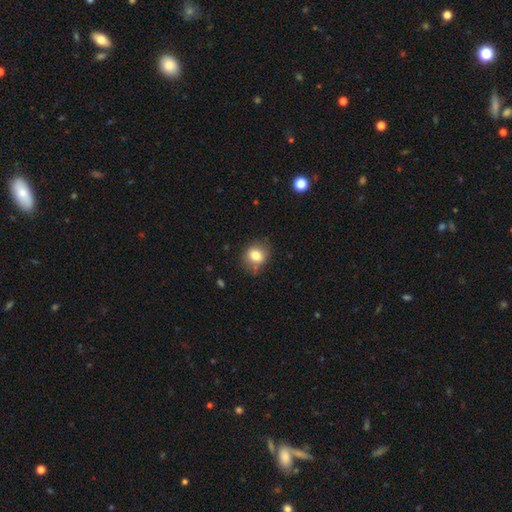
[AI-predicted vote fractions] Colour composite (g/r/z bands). It shows a smooth galaxy with no disk features (79%) that is round (65%). Merging: none (77%).